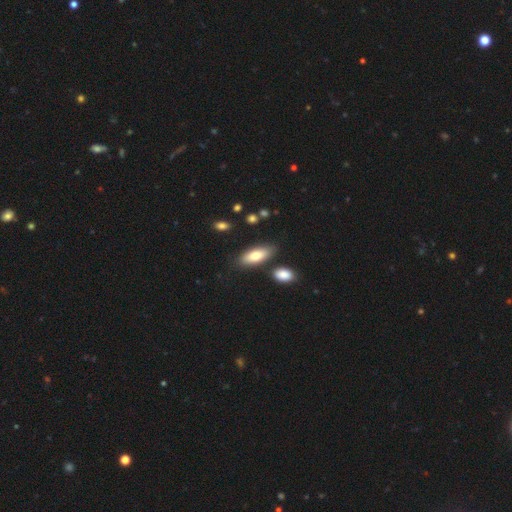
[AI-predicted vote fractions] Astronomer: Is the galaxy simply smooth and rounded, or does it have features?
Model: smooth — 75%.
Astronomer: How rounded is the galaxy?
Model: in between — 75%.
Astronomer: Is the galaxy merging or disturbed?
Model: none — 78%.